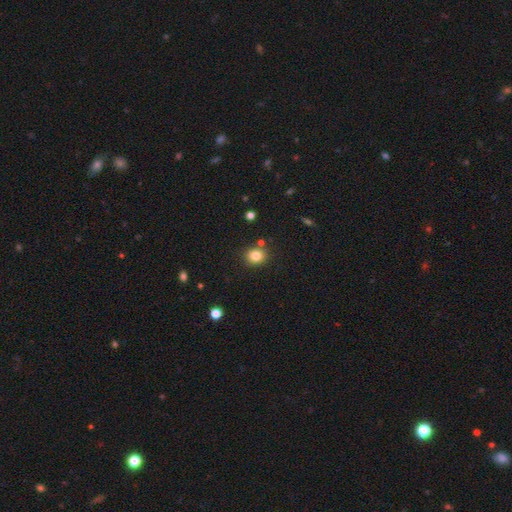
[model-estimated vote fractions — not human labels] This appears to be a smooth galaxy with no disk features (82%) that is round (71%). Merging: none (84%).